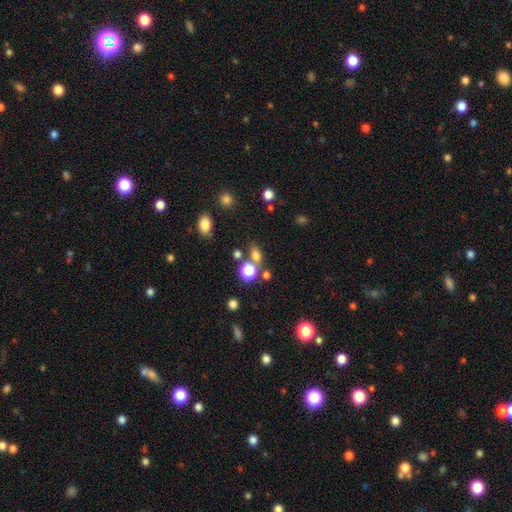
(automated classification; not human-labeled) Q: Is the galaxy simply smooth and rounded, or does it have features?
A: smooth — 69%.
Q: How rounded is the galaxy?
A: in between — 60%.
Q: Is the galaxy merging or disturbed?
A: none — 62%.